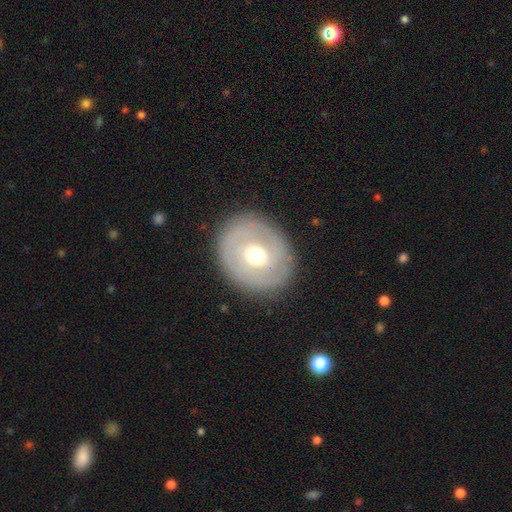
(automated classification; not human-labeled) Smooth or featured? featured or disk (52%)
Edge-on disk? no (94%)
Merging? none (84%)